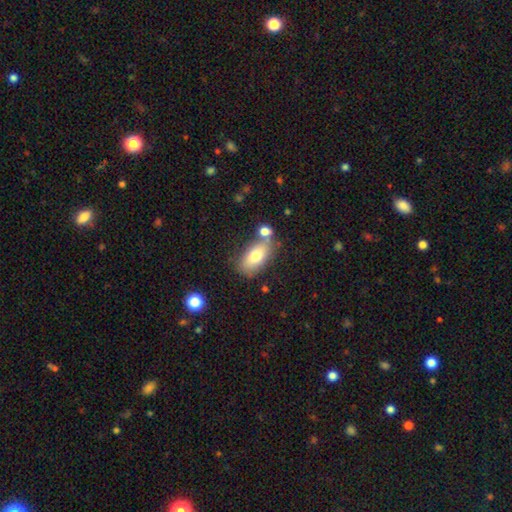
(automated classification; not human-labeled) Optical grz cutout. It shows a smooth galaxy with no disk features (73%) that is in between round and cigar-shaped (88%). Merging: none (62%).